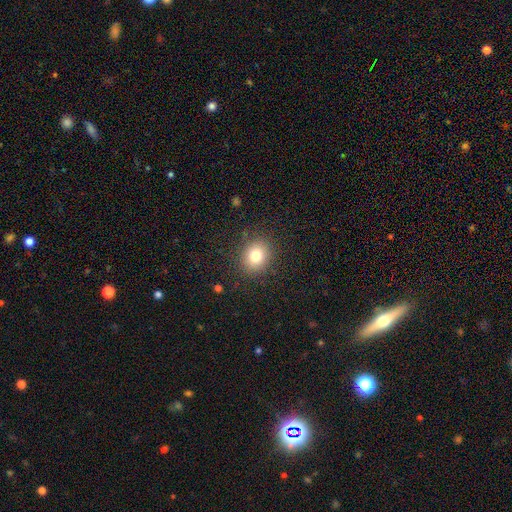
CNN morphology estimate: Overall: smooth (79%). How rounded: round (70%). Merging: none (88%).